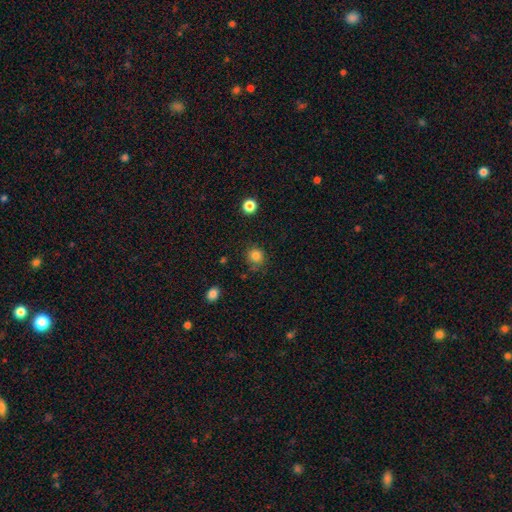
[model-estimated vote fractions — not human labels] A smooth galaxy with no disk features (83%) that is round (88%). Merging: none (80%).